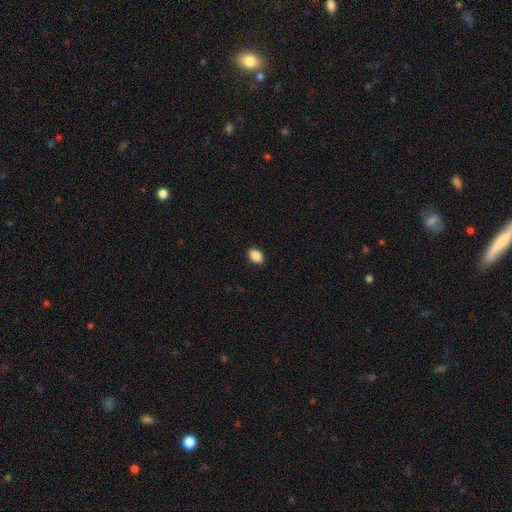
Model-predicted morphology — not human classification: Smooth or featured? smooth (89%)
How rounded? in between (83%)
Merging? none (90%)